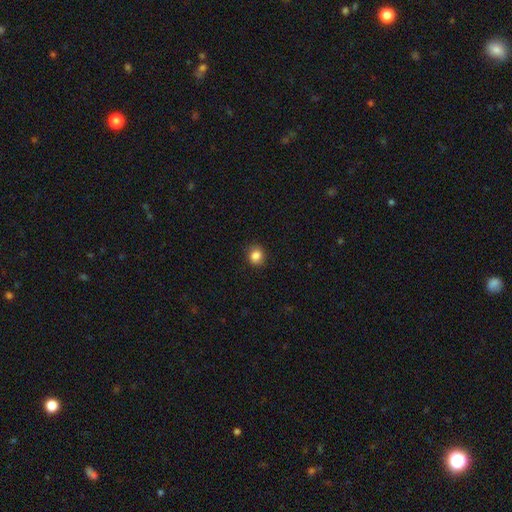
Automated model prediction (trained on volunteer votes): Overall: smooth (86%). How rounded: round (75%). Merging: none (85%).